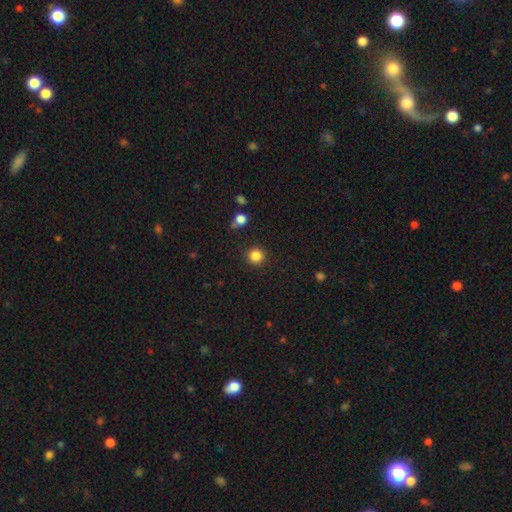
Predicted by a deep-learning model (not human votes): This appears to be a smooth galaxy with no disk features (85%) that is round (94%). Merging: none (89%).